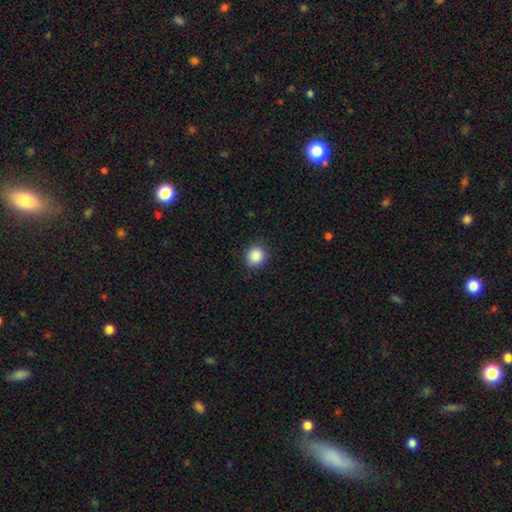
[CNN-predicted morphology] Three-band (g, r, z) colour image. It shows a smooth galaxy with no disk features (88%) that is round (89%). Merging: none (90%).